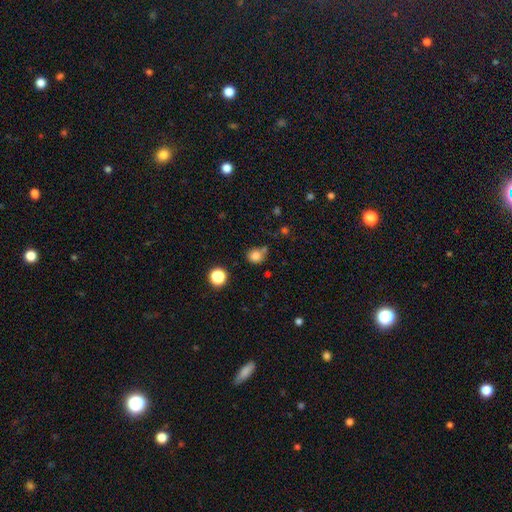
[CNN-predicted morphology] This is clearly a smooth galaxy (80%). How rounded: likely round (78%). Merging: likely none (62%).